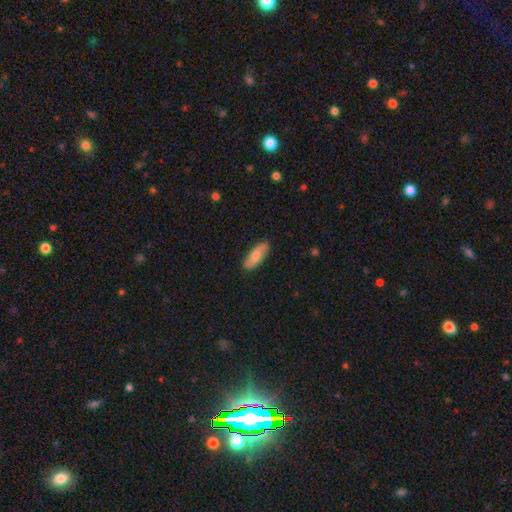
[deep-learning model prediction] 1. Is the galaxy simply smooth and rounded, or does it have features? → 66% smooth, 29% featured or disk, 6% star or artifact.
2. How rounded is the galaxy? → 65% in between, 32% cigar-shaped, 3% round.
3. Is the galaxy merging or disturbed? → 85% none, 12% minor disturbance, 2% major disturbance, 1% merger.